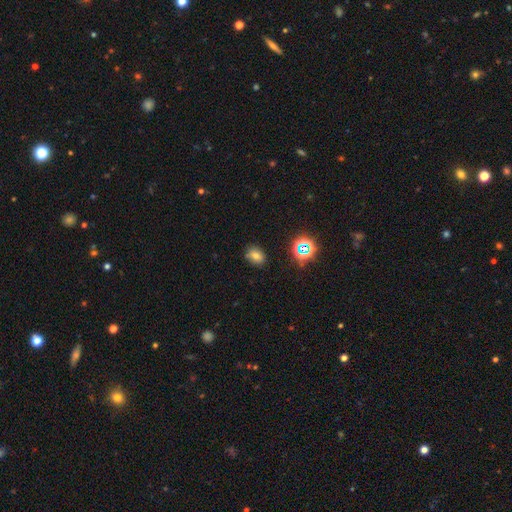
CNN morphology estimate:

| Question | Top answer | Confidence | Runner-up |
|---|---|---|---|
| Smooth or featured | smooth | 68% | star or artifact (22%) |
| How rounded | in between | 59% | round (40%) |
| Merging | none | 84% | minor disturbance (11%) |